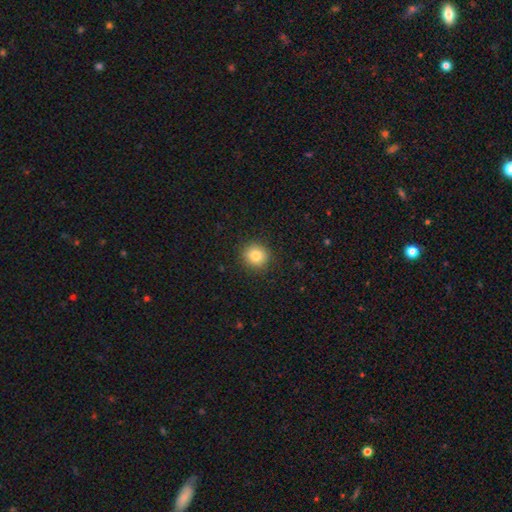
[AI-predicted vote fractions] Smooth or featured?
  - smooth: 83% *
  - star or artifact: 10%
  - featured or disk: 6%
How rounded?
  - round: 89% *
  - in between: 10%
  - cigar-shaped: 1%
Merging?
  - none: 90% *
  - minor disturbance: 7%
  - major disturbance: 2%
  - merger: 1%